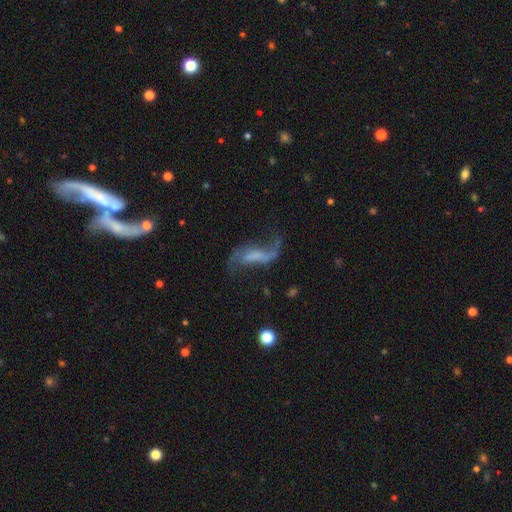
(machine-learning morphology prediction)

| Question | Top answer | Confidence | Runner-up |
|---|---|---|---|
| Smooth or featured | featured or disk | 79% | smooth (12%) |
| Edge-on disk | no | 94% | yes (6%) |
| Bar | weak | 41% | strong (30%) |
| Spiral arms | yes | 92% | no (8%) |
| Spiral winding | loose | 88% | medium (9%) |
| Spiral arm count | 2 | 91% | 1 (4%) |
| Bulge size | none | 61% | small (18%) |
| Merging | none | 58% | major disturbance (20%) |